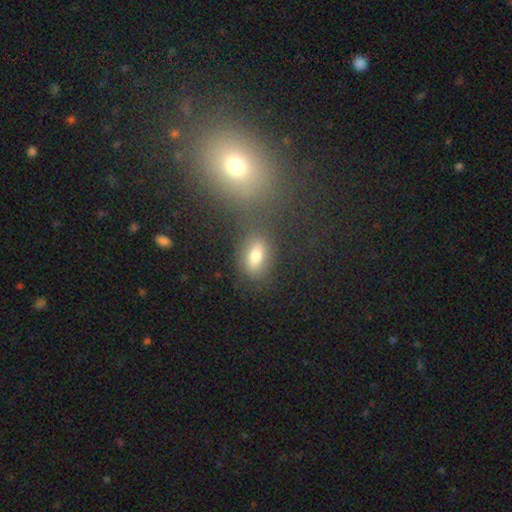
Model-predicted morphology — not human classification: Smooth or featured? smooth (75%)
How rounded? in between (83%)
Merging? none (71%)